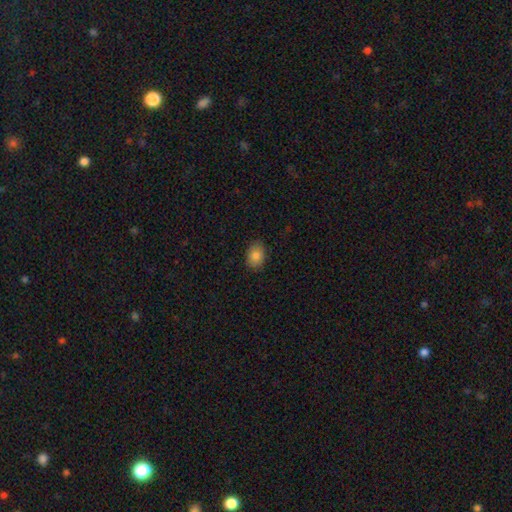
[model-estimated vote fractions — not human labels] smooth_or_featured: smooth (p=0.83) [alt: star or artifact p=0.09]
how_rounded: in between (p=0.74) [alt: round p=0.25]
merging: none (p=0.87) [alt: minor disturbance p=0.10]